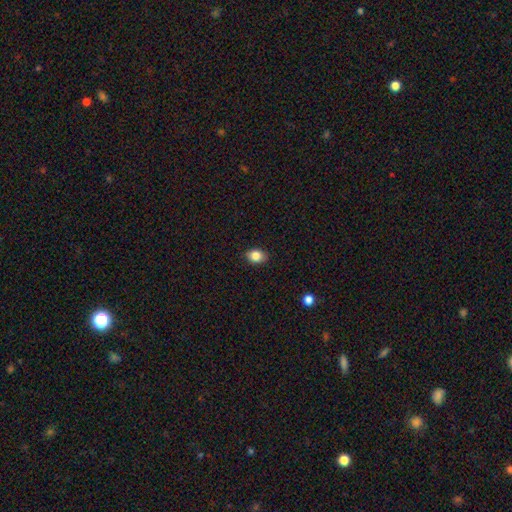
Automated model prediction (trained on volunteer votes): smooth 84%, star or artifact 9%, featured or disk 7%. Down the decision tree: how rounded — in between (67%); merging — none (86%).